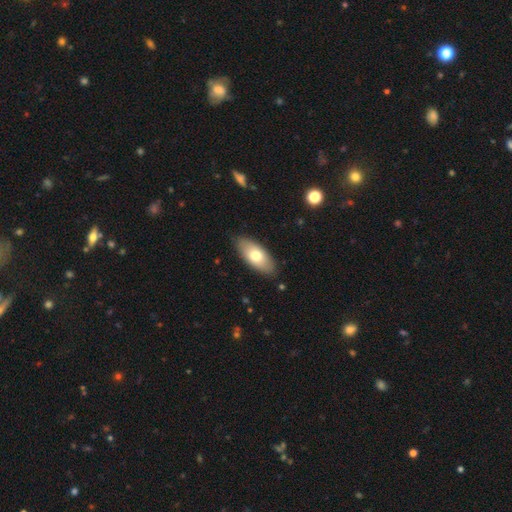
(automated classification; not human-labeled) A smooth galaxy with no disk features (71%) that is in between round and cigar-shaped (88%). Merging: none (86%).